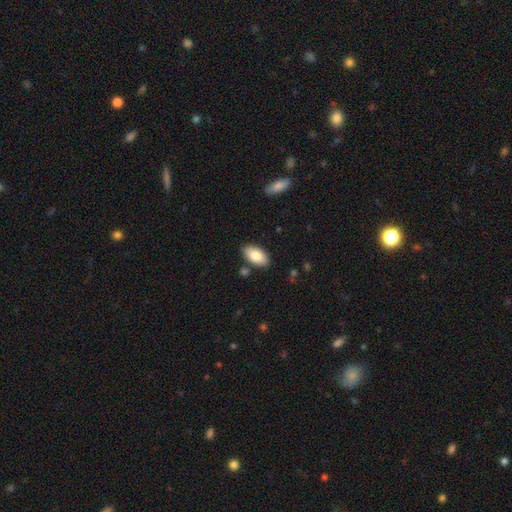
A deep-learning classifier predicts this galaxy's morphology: Q: Smooth or featured?
A: smooth (82%); runner-up: featured or disk (12%)
Q: How rounded?
A: in between (94%); runner-up: cigar-shaped (4%)
Q: Merging?
A: none (84%); runner-up: minor disturbance (10%)